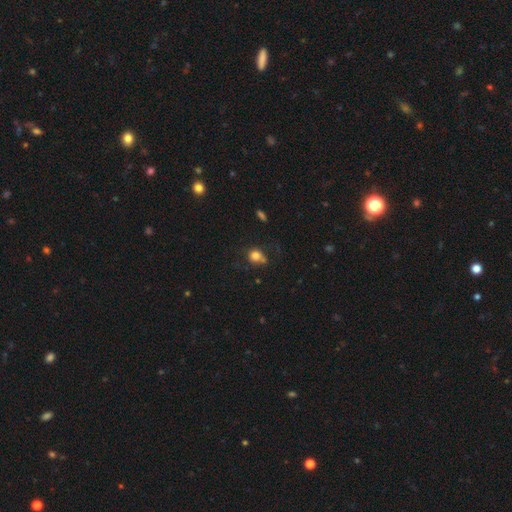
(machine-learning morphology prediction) The model was most divided on "merging": none: 55%, minor disturbance: 24%, major disturbance: 13%, merger: 8%. More confident: smooth or featured — smooth (79%); how rounded — round (73%).